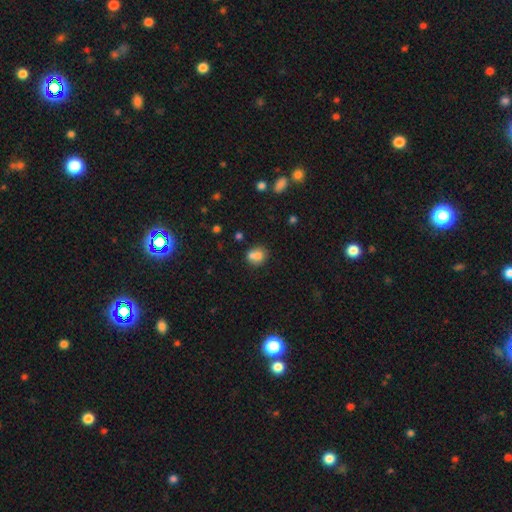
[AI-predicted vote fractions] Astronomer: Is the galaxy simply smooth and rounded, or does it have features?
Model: smooth — 76%.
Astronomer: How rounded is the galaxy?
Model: round — 64%.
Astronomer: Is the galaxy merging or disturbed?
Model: none — 46% (runner-up: merger, 37%).